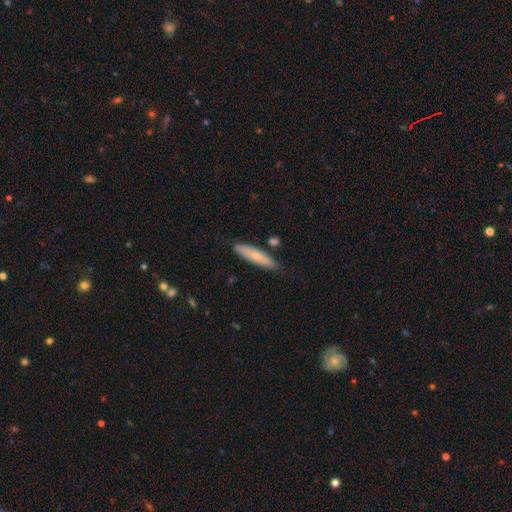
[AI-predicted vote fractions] smooth_or_featured: smooth (p=0.65) [alt: featured or disk p=0.29]
how_rounded: cigar-shaped (p=0.77) [alt: in between p=0.21]
merging: none (p=0.81) [alt: minor disturbance p=0.13]